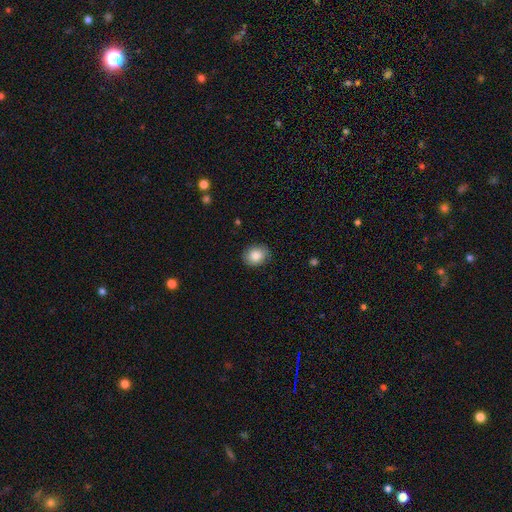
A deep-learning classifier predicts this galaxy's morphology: type=smooth (86%); roundness=round (55%); merging=none (85%).